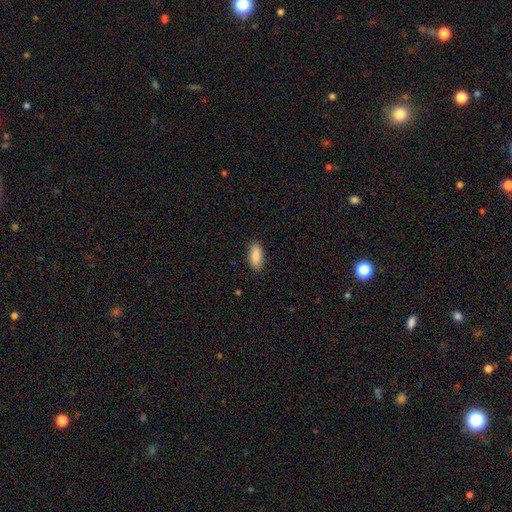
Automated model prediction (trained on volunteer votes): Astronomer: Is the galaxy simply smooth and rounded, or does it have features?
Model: smooth — 88%.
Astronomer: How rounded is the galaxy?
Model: in between — 85%.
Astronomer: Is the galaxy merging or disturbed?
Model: none — 88%.